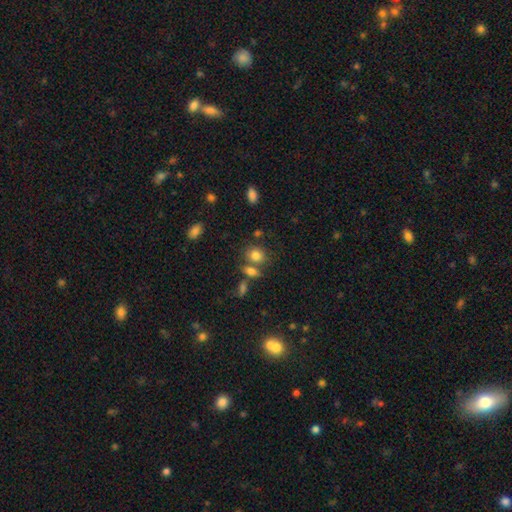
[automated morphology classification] smooth 79%, star or artifact 11%, featured or disk 10%. Down the decision tree: how rounded — round (58%); merging — none (59%).